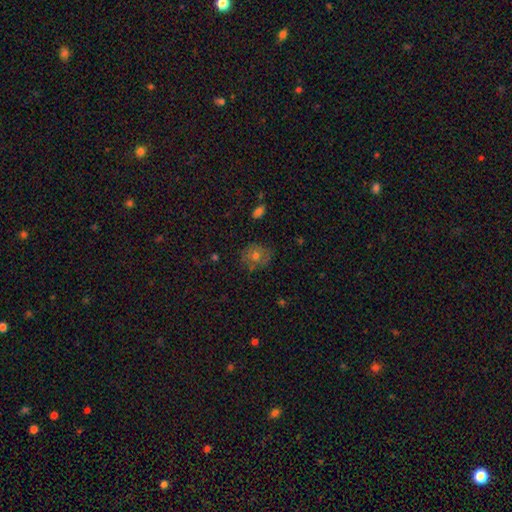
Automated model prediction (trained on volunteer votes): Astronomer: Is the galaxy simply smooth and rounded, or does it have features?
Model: smooth — 66%.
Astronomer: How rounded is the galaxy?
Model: round — 75%.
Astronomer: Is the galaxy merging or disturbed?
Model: none — 76%.